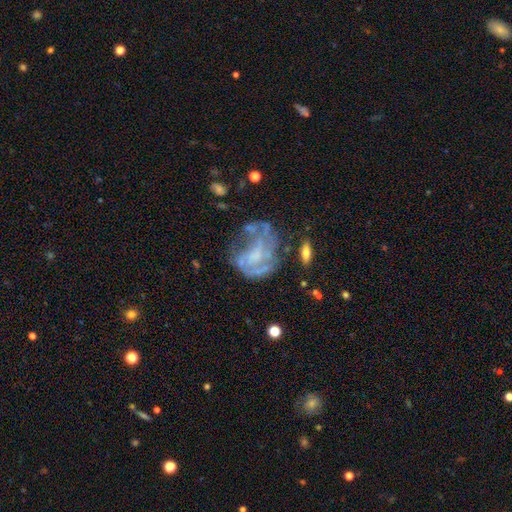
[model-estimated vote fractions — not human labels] A featured or disk galaxy (71%) with no bar (67%), spiral arms (53%) and no central bulge (57%). Merging: none (39%).